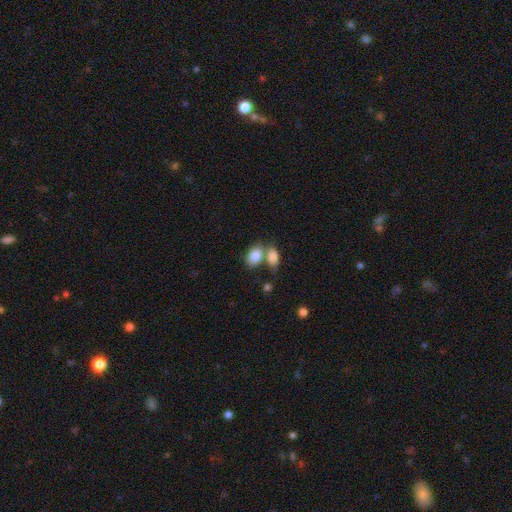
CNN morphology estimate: smooth_or_featured: smooth (p=0.85) [alt: featured or disk p=0.08]
how_rounded: in between (p=0.84) [alt: round p=0.15]
merging: merger (p=0.48) [alt: none p=0.38]